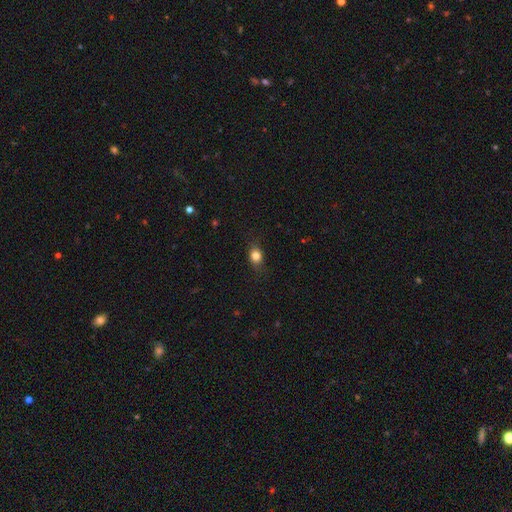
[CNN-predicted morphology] smooth_or_featured: smooth (p=0.81) [alt: star or artifact p=0.11]
how_rounded: in between (p=0.50) [alt: round p=0.48]
merging: none (p=0.80) [alt: minor disturbance p=0.15]